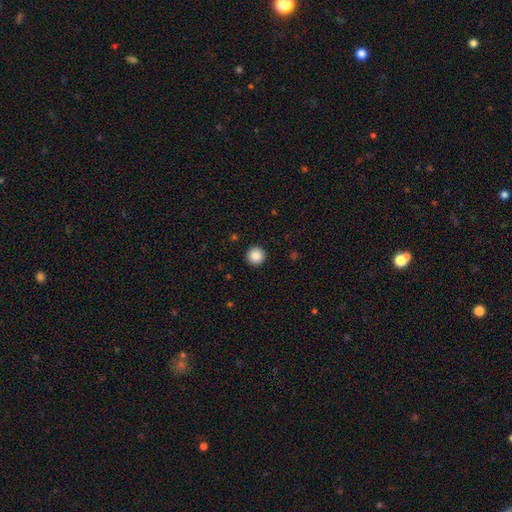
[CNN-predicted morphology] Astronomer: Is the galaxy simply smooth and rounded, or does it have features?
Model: smooth — 87%.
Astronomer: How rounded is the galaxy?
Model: round — 96%.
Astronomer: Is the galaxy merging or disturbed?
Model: none — 93%.